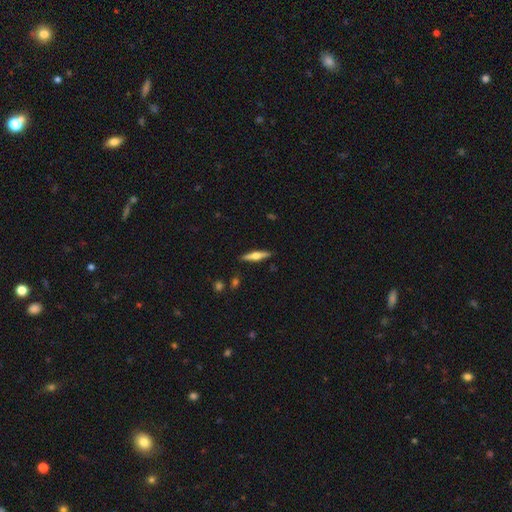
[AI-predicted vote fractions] Smooth or featured?
  - featured or disk: 60% *
  - smooth: 34%
  - star or artifact: 6%
Edge-on disk?
  - yes: 96% *
  - no: 4%
Edge-on bulge?
  - rounded: 92% *
  - boxy: 5%
  - none: 3%
Merging?
  - none: 89% *
  - minor disturbance: 8%
  - major disturbance: 2%
  - merger: 1%